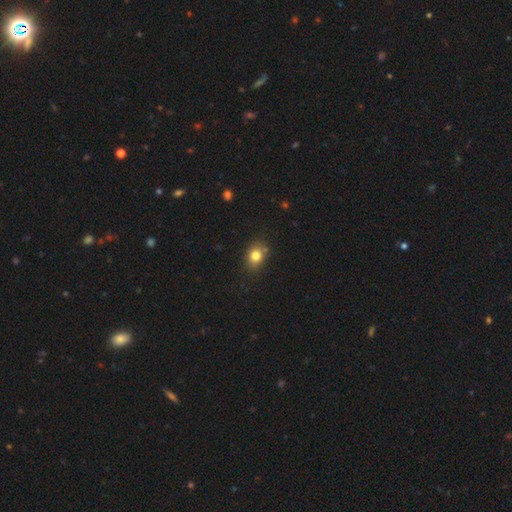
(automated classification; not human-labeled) This is clearly a smooth galaxy (80%). How rounded: possibly in between (51%). Merging: likely none (78%).